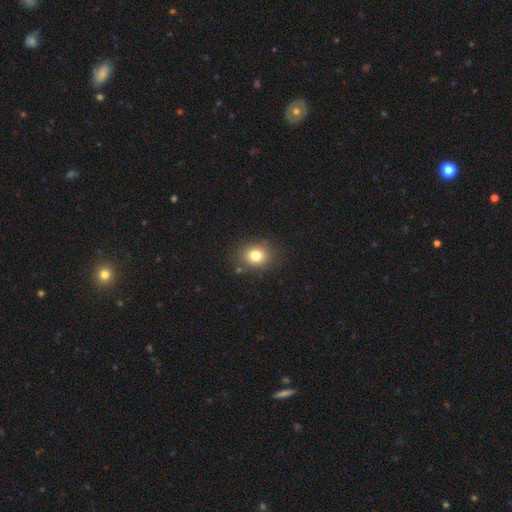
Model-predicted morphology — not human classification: Smooth or featured? Predicted: smooth (p=0.79). How rounded? Predicted: round (p=0.61). Merging? Predicted: none (p=0.82).